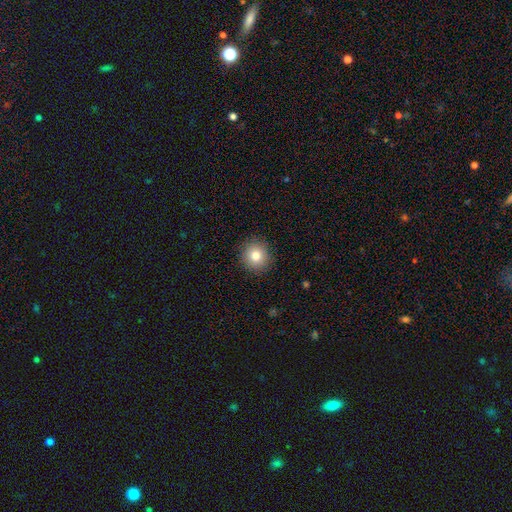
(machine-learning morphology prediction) This is clearly a smooth galaxy (81%). How rounded: clearly round (92%). Merging: clearly none (91%).